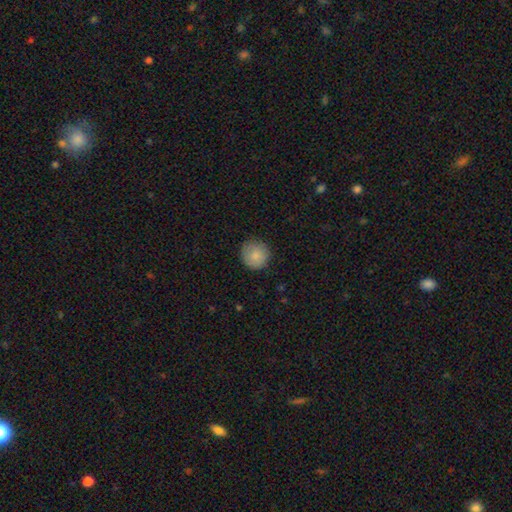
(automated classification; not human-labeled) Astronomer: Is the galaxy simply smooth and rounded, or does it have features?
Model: smooth — 86%.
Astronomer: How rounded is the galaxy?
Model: round — 94%.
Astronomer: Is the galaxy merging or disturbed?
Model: none — 84%.